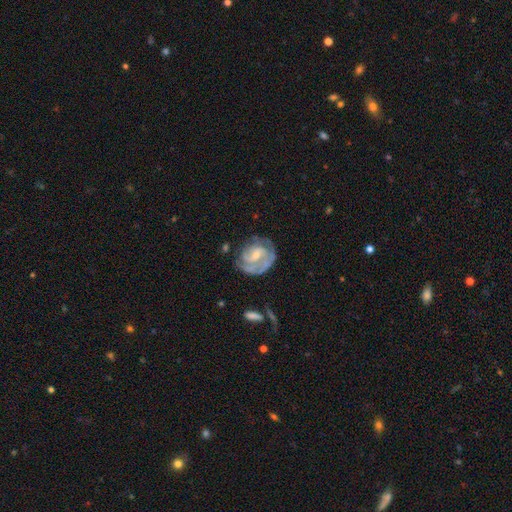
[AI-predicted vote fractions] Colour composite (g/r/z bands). It shows a featured or disk galaxy (79%) with a weak bar (47%), 2 (39%) tight (57%) spiral arms (91%) and a small central bulge (53%). Merging: none (60%).